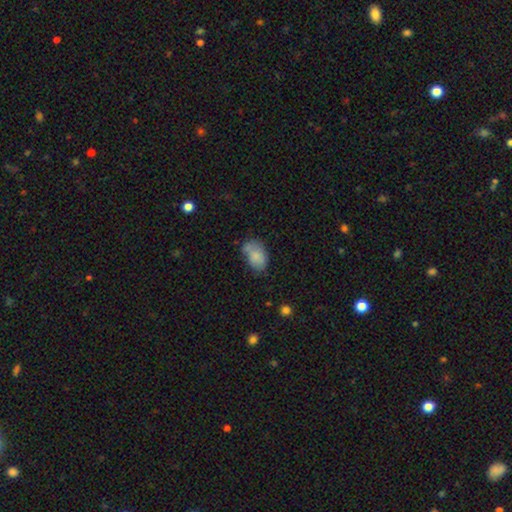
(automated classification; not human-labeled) smooth-or-featured: smooth: 79% | featured or disk: 13% | star or artifact: 8%
  how-rounded: in between: 87% | round: 12% | cigar-shaped: 1%
  merging: none: 48% | minor disturbance: 30% | major disturbance: 11% | merger: 11%